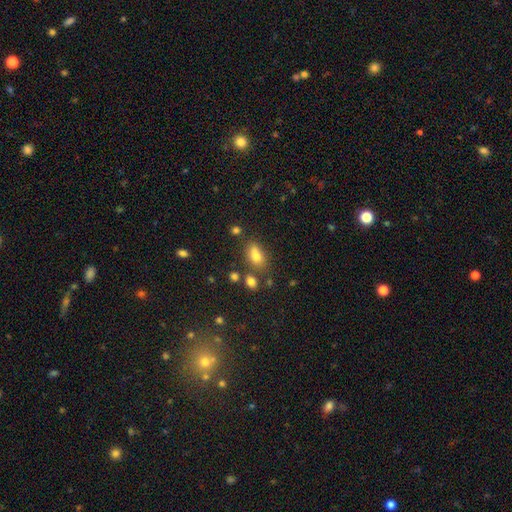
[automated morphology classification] This is likely a smooth galaxy (74%). How rounded: likely in between (79%). Merging: possibly none (58%).